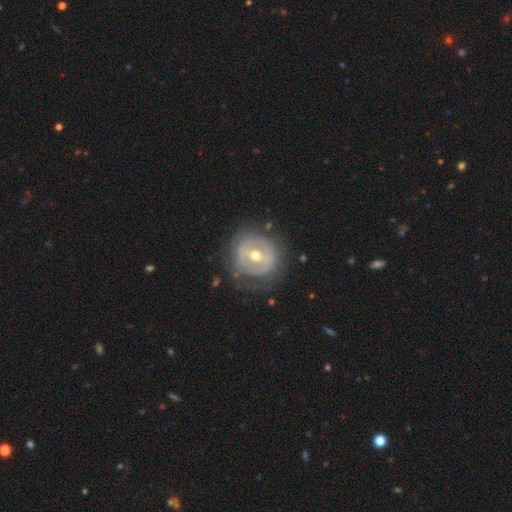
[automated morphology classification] A featured or disk galaxy (69%) with a weak bar (38%), no spiral arms (68%) and a moderate central bulge (71%). Merging: none (72%).